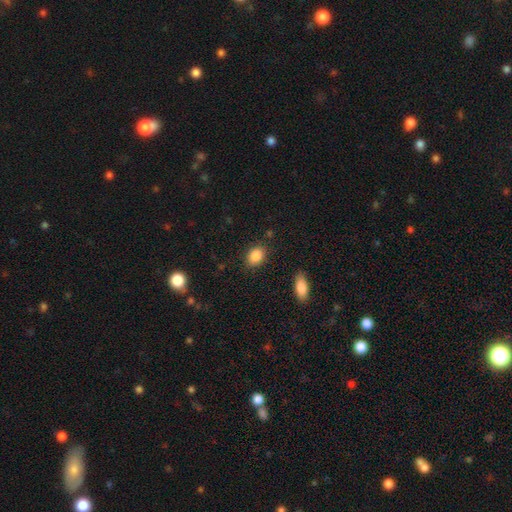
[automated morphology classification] This appears to be a smooth galaxy with no disk features (87%) that is in between round and cigar-shaped (72%). Merging: none (85%).